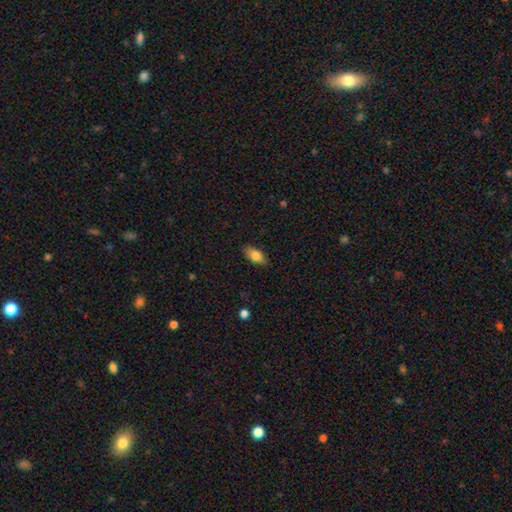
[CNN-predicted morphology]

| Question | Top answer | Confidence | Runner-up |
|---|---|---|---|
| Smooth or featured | smooth | 78% | featured or disk (15%) |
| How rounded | in between | 88% | cigar-shaped (8%) |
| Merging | none | 84% | minor disturbance (12%) |